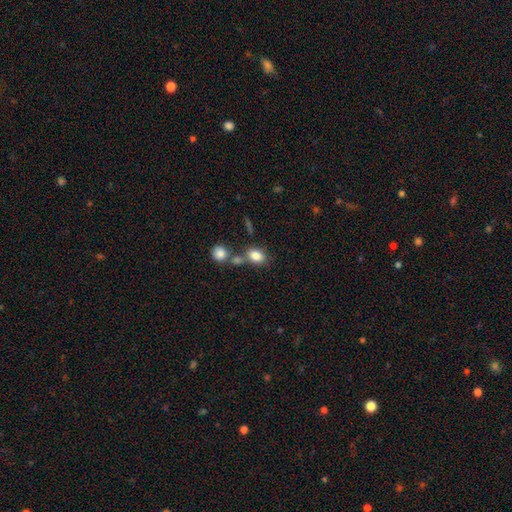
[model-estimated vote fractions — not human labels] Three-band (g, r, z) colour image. It shows a smooth galaxy with no disk features (82%) that is in between round and cigar-shaped (68%). Merging: none (53%).